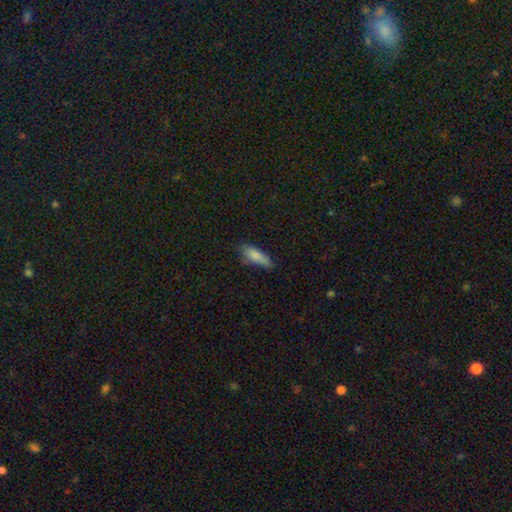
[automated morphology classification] Smooth or featured? Predicted: smooth (p=0.81). How rounded? Predicted: in between (p=0.58). Merging? Predicted: none (p=0.56).